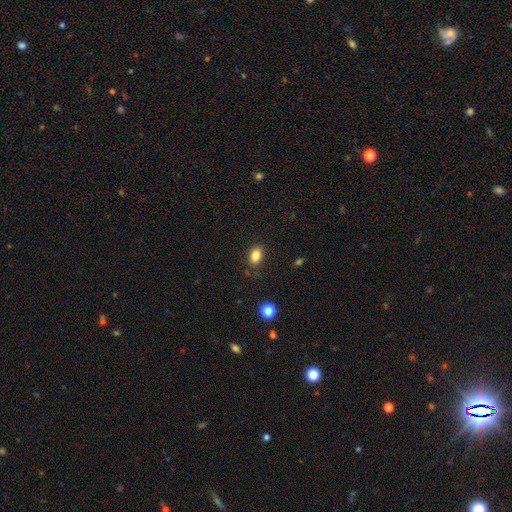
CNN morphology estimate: type=smooth (85%); roundness=in between (76%); merging=none (83%).